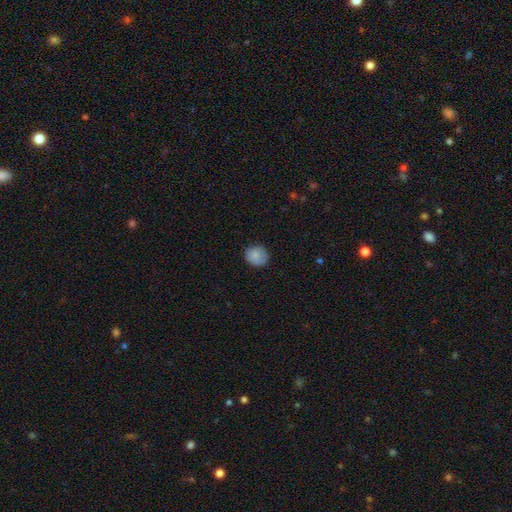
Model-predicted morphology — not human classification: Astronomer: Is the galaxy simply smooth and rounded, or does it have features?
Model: smooth — 86%.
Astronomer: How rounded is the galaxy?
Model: round — 88%.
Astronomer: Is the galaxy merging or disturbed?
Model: none — 85%.